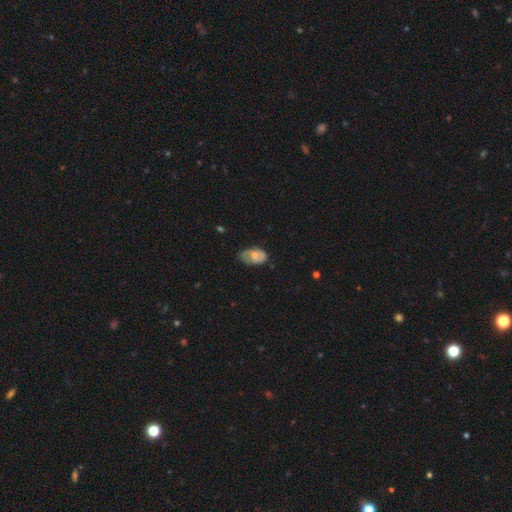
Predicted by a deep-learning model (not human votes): Smooth or featured?
  - smooth: 49% *
  - featured or disk: 44%
  - star or artifact: 7%
Merging?
  - none: 60% *
  - minor disturbance: 30%
  - major disturbance: 8%
  - merger: 2%